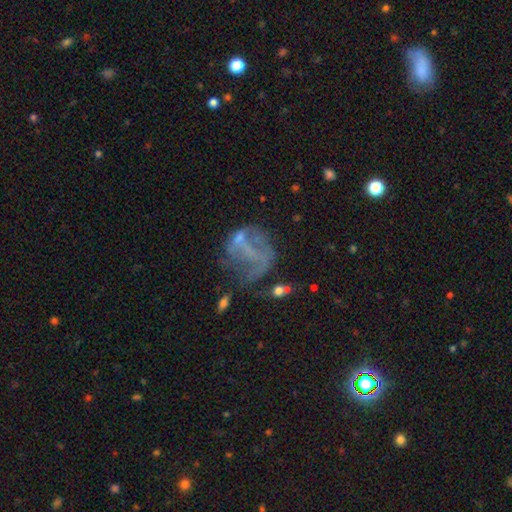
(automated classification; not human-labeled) Smooth or featured: featured or disk — 57% (smooth — 27%)
Edge-on disk: no — 97% (yes — 3%)
Bar: no — 65% (weak — 23%)
Spiral arms: no — 72% (yes — 28%)
Bulge size: none — 74% (small — 16%)
Merging: major disturbance — 40% (none — 32%)